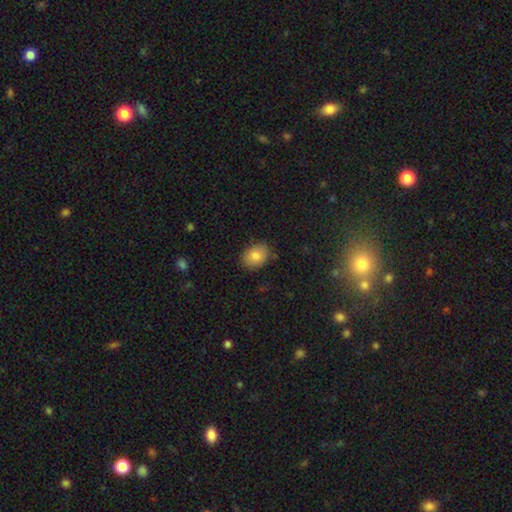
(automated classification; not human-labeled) Q: Smooth or featured?
A: smooth (83%); runner-up: featured or disk (8%)
Q: How rounded?
A: in between (62%); runner-up: round (37%)
Q: Merging?
A: none (83%); runner-up: minor disturbance (13%)